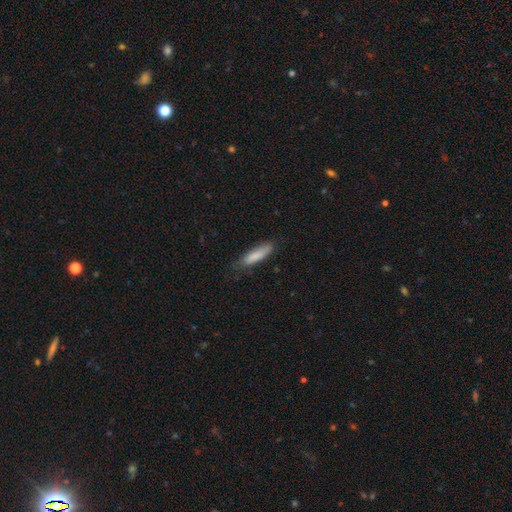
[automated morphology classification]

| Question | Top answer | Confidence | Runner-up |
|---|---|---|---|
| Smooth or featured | smooth | 83% | featured or disk (11%) |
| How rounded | cigar-shaped | 71% | in between (28%) |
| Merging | none | 71% | minor disturbance (23%) |